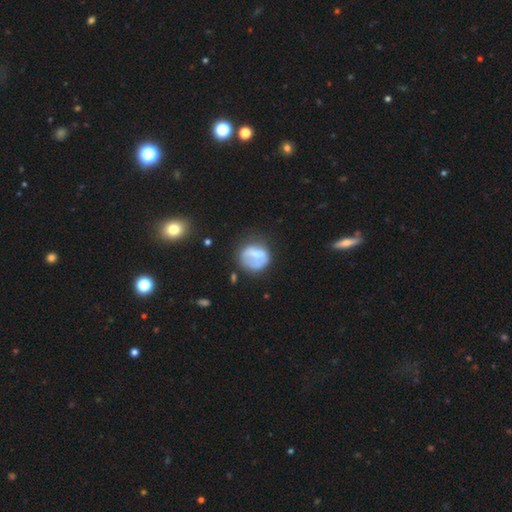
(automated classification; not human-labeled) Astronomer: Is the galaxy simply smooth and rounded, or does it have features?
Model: smooth — 65%.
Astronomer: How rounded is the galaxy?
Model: round — 79%.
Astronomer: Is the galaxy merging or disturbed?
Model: none — 50% (runner-up: minor disturbance, 26%).